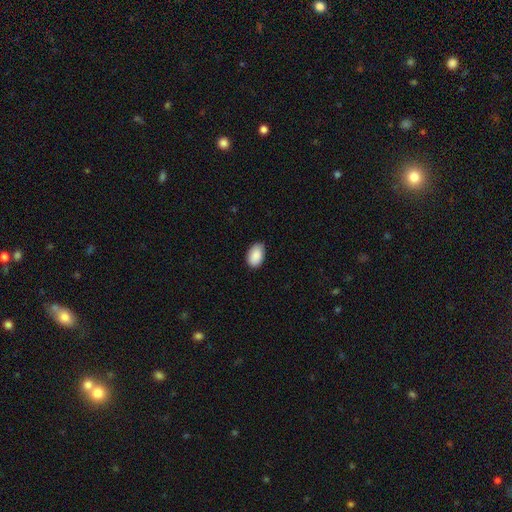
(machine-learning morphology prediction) Overall: smooth (90%). How rounded: in between (92%). Merging: none (80%).